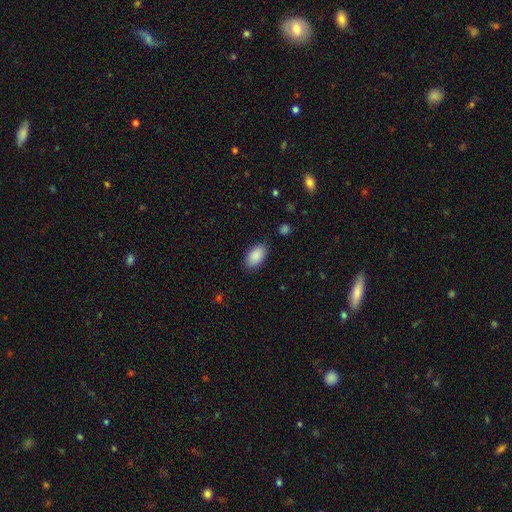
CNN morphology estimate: A smooth galaxy with no disk features (89%) that is in between round and cigar-shaped (94%). Merging: none (83%).